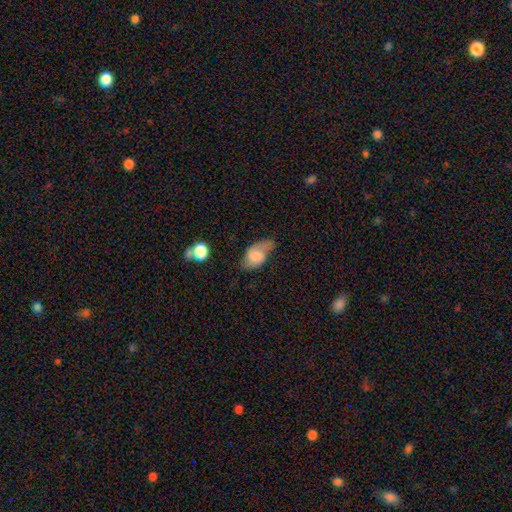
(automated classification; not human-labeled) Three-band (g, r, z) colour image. It shows a smooth galaxy with no disk features (52%) that is in between round and cigar-shaped (87%). Merging: none (45%).